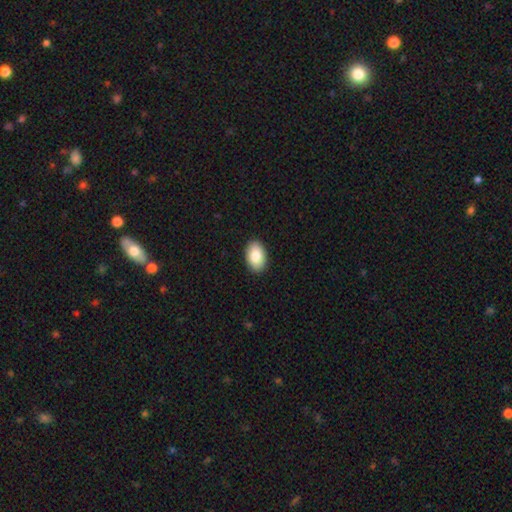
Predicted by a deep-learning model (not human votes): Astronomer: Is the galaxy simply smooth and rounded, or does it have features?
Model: smooth — 86%.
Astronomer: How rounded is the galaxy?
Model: in between — 91%.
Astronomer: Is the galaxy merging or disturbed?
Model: none — 91%.